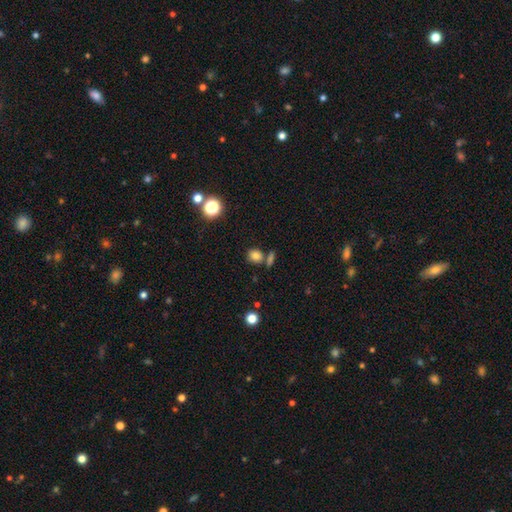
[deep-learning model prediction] Morphology: type=smooth (80%); roundness=round (72%); merging=none (68%).